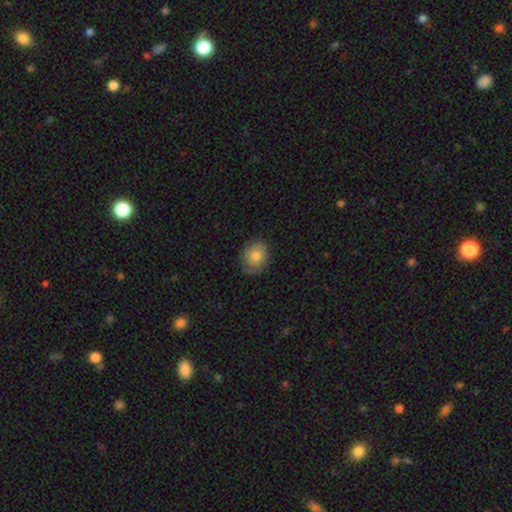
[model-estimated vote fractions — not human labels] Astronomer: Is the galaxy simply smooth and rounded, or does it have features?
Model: smooth — 78%.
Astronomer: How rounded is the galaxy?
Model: round — 61% (runner-up: in between, 38%).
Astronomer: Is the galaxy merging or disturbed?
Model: none — 76%.